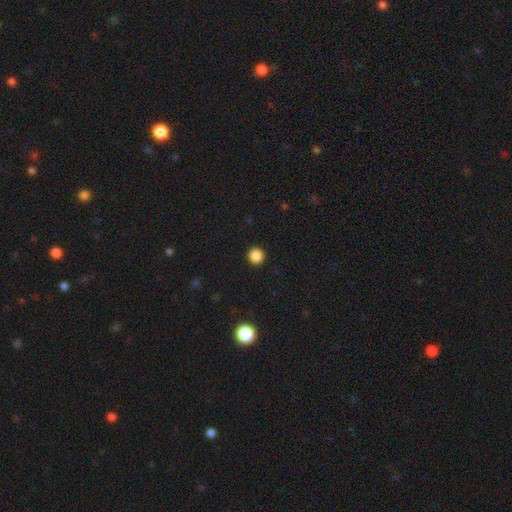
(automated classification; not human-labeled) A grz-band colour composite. It shows a smooth galaxy with no disk features (86%) that is round (95%). Merging: none (93%).